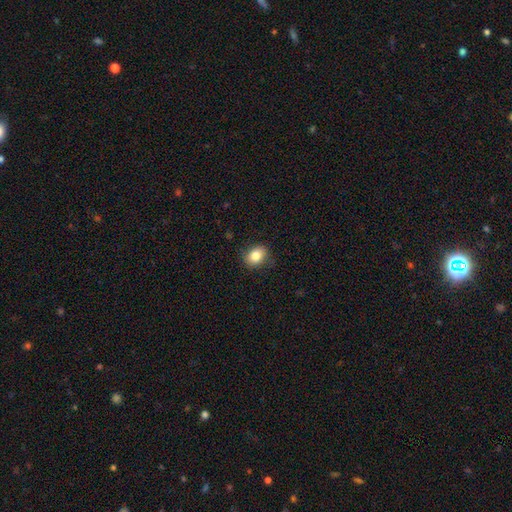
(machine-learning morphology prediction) Overall: smooth (83%). How rounded: in between (60%; round 39%). Merging: none (84%).